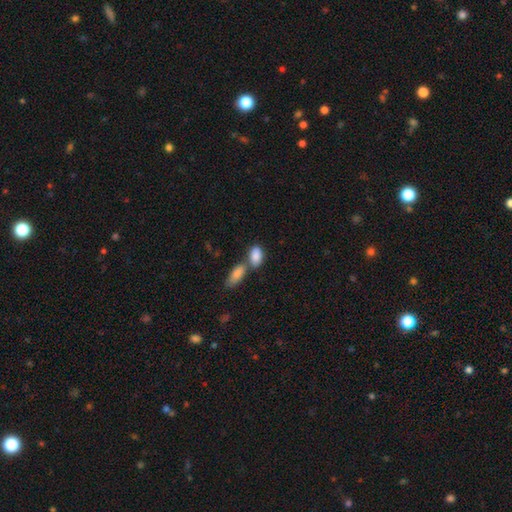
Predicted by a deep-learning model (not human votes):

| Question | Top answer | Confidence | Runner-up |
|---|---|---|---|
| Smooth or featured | smooth | 86% | featured or disk (8%) |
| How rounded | in between | 90% | round (6%) |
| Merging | merger | 46% | none (40%) |